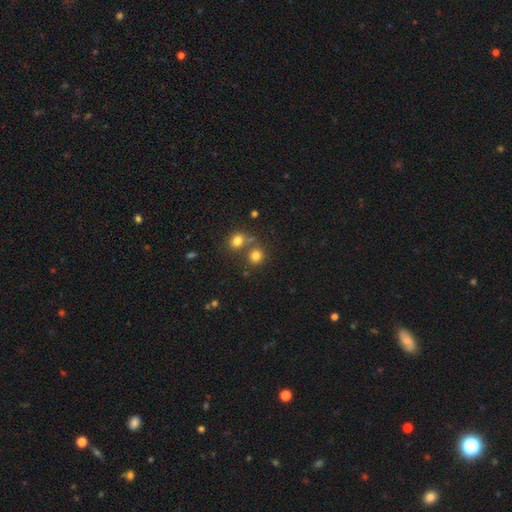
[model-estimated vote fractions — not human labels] Overall: smooth (79%). How rounded: round (83%). Merging: none (62%; merger 26%).